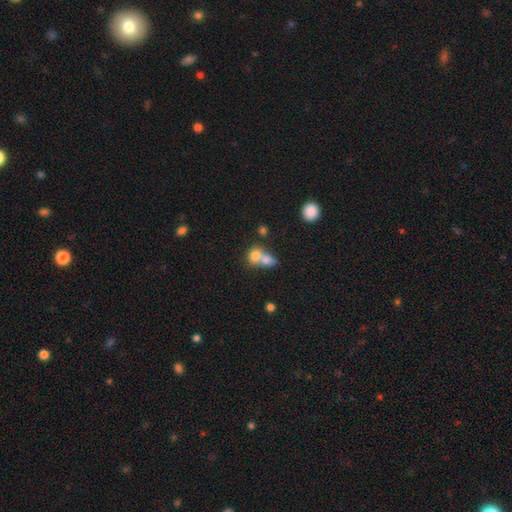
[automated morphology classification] smooth 76%, featured or disk 14%, star or artifact 10%. Down the decision tree: how rounded — round (58%); merging — merger (69%).